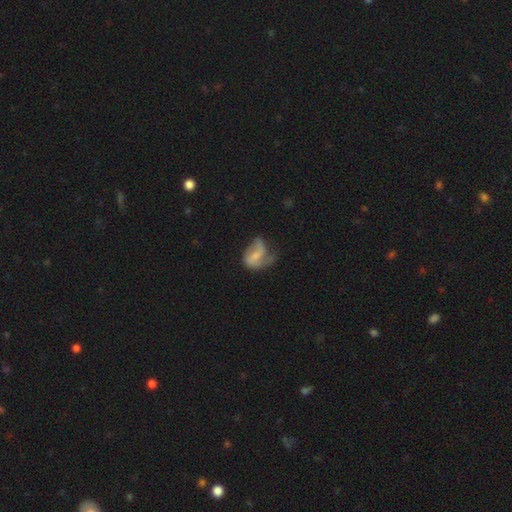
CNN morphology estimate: Q: Smooth or featured?
A: featured or disk (57%); runner-up: smooth (36%)
Q: Edge-on disk?
A: no (97%); runner-up: yes (3%)
Q: Bar?
A: no (49%); runner-up: weak (38%)
Q: Spiral arms?
A: yes (74%); runner-up: no (26%)
Q: Bulge size?
A: small (51%); runner-up: moderate (26%)
Q: Merging?
A: major disturbance (41%); runner-up: minor disturbance (29%)